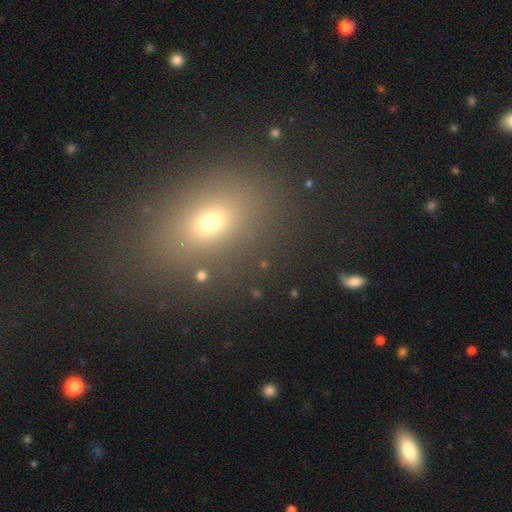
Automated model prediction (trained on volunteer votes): Smooth or featured: smooth — 63% (star or artifact — 23%)
How rounded: in between — 72% (round — 24%)
Merging: none — 83% (minor disturbance — 9%)